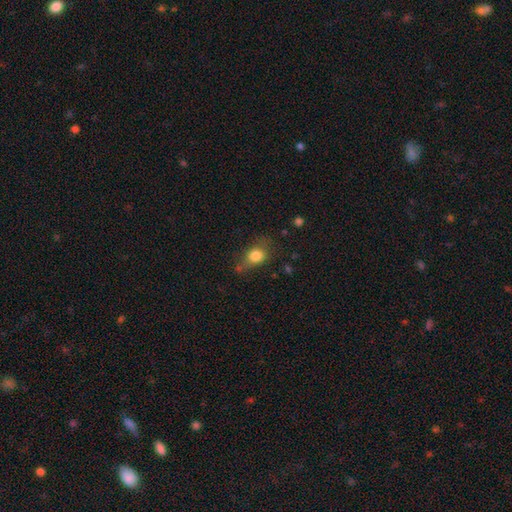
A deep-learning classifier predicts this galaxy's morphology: Smooth or featured? Predicted: smooth (p=0.79). How rounded? Predicted: in between (p=0.50). Merging? Predicted: none (p=0.53).